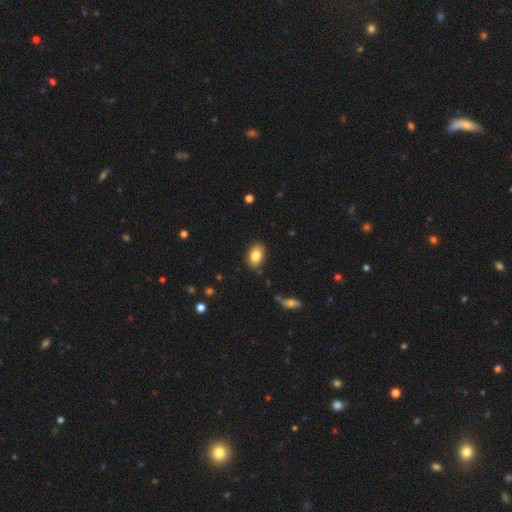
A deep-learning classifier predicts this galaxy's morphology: This is clearly a smooth galaxy (82%). How rounded: clearly in between (87%). Merging: clearly none (84%).